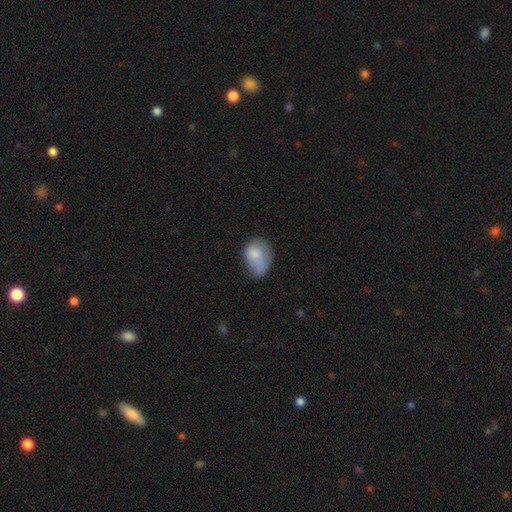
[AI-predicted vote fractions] Smooth or featured: smooth — 77% (featured or disk — 15%)
How rounded: in between — 77% (round — 22%)
Merging: minor disturbance — 37% (none — 32%)